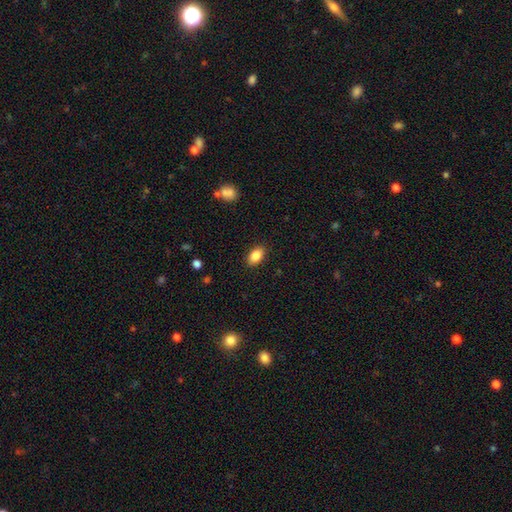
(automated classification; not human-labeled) A smooth galaxy with no disk features (87%) that is in between round and cigar-shaped (89%).

Vote fractions:
- Smooth or featured? smooth: 87% / star or artifact: 8% / featured or disk: 5%
- How rounded? in between: 89% / round: 9% / cigar-shaped: 2%
- Merging? none: 88% / minor disturbance: 9% / major disturbance: 2% / merger: 1%